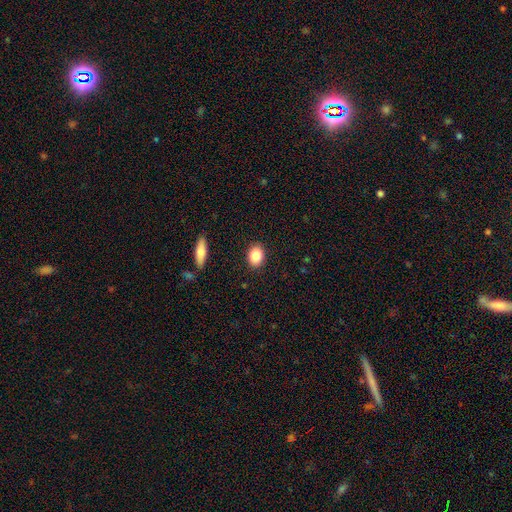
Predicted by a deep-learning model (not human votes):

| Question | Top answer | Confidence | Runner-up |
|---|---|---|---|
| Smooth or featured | smooth | 86% | star or artifact (8%) |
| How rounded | in between | 64% | round (34%) |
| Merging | none | 89% | minor disturbance (8%) |